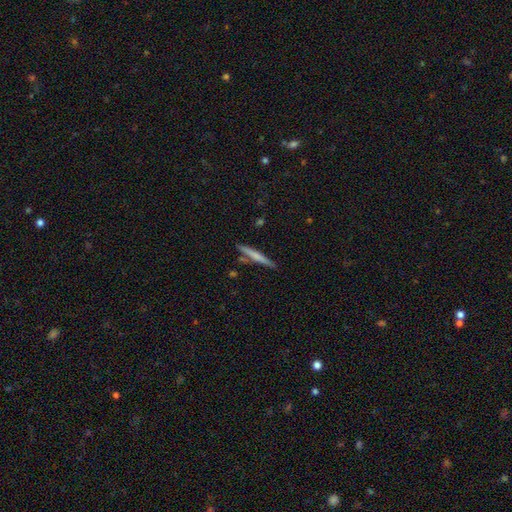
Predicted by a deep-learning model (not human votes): Q: Smooth or featured?
A: smooth (54%); runner-up: featured or disk (40%)
Q: How rounded?
A: cigar-shaped (94%); runner-up: in between (4%)
Q: Merging?
A: none (82%); runner-up: minor disturbance (10%)